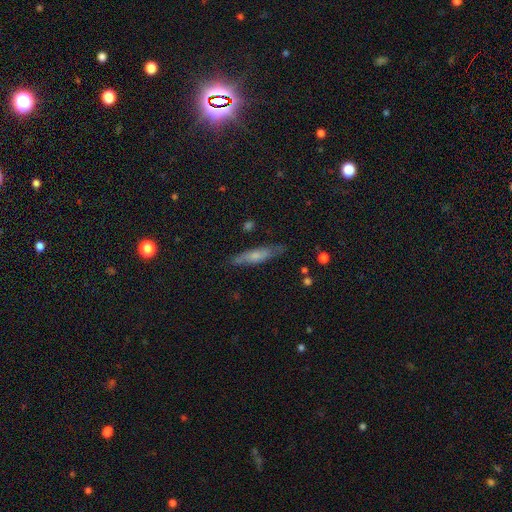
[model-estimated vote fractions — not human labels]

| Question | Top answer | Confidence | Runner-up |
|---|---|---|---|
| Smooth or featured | smooth | 53% | featured or disk (40%) |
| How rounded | cigar-shaped | 80% | in between (18%) |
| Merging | none | 78% | minor disturbance (16%) |